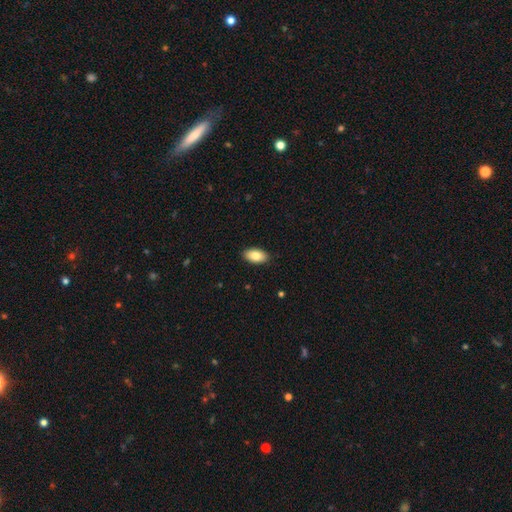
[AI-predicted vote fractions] Q: Smooth or featured?
A: smooth (83%); runner-up: featured or disk (11%)
Q: How rounded?
A: in between (94%); runner-up: round (3%)
Q: Merging?
A: none (90%); runner-up: minor disturbance (8%)